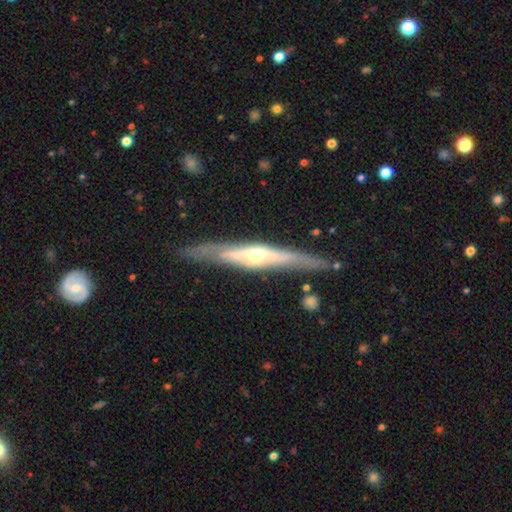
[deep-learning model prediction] This appears to be a featured or disk galaxy (78%) viewed edge-on (90%) with a rounded central bulge (80%). Merging: none (84%).